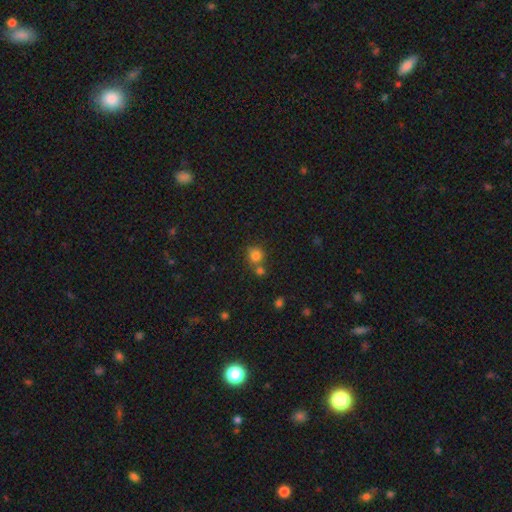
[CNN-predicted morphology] This is clearly a smooth galaxy (81%). How rounded: clearly round (86%). Merging: possibly none (60%).